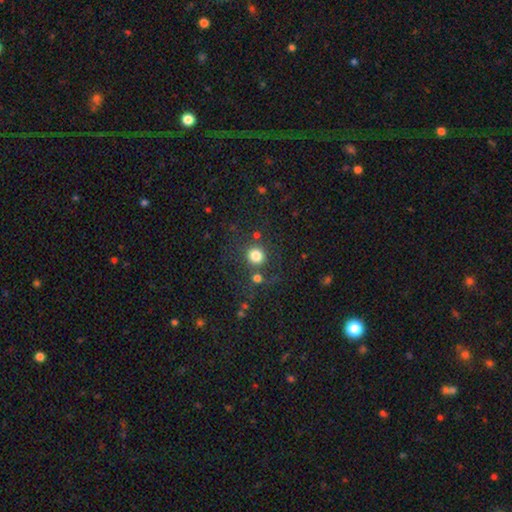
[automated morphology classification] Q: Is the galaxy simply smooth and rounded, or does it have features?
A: smooth — 79%.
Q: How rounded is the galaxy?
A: round — 91%.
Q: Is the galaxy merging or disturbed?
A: none — 74%.